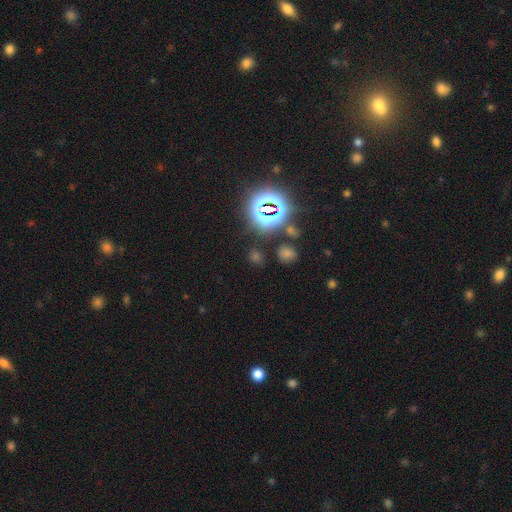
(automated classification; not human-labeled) The model was most divided on "smooth or featured": star or artifact: 58%, smooth: 35%, featured or disk: 7%.